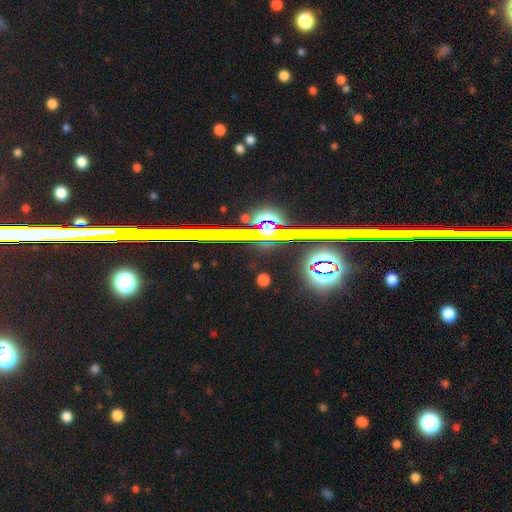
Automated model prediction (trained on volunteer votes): This is likely a star or artifact rather than a galaxy (74%).